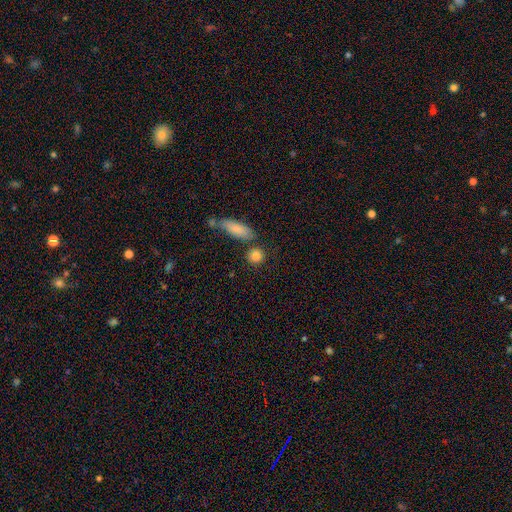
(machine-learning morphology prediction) This is clearly a smooth galaxy (84%). How rounded: clearly round (82%). Merging: likely none (76%).